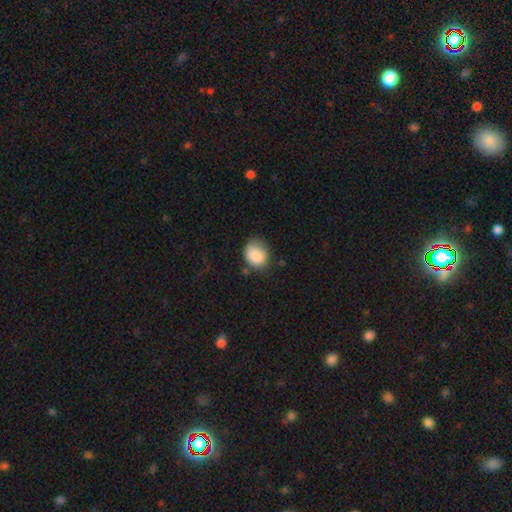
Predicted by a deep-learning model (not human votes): A smooth galaxy with no disk features (86%) that is round (60%).

Vote fractions:
- Smooth or featured? smooth: 86% / star or artifact: 8% / featured or disk: 6%
- How rounded? round: 60% / in between: 39% / cigar-shaped: 1%
- Merging? none: 64% / minor disturbance: 25% / major disturbance: 7% / merger: 4%